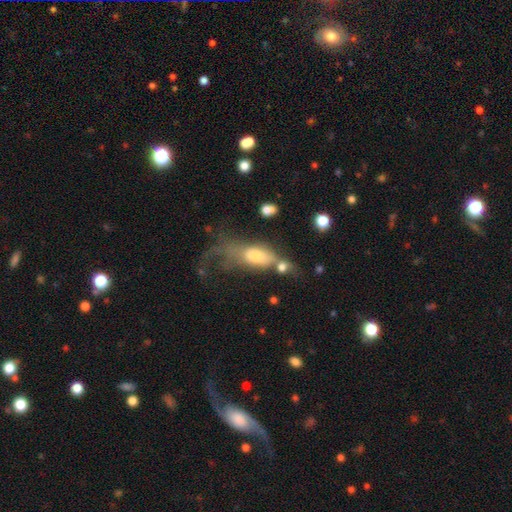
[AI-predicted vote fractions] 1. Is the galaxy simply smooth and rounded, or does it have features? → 58% smooth, 31% featured or disk, 11% star or artifact.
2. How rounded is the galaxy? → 77% in between, 17% cigar-shaped, 6% round.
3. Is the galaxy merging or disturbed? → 46% major disturbance, 20% merger, 18% none, 16% minor disturbance.